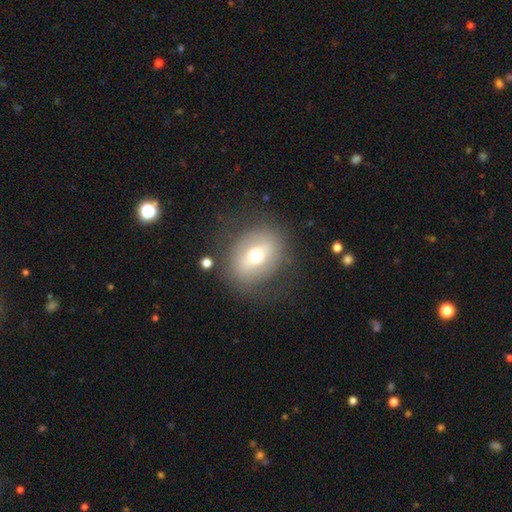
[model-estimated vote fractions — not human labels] smooth 52%, featured or disk 39%, star or artifact 10%. Down the decision tree: how rounded — in between (50%); merging — none (75%).